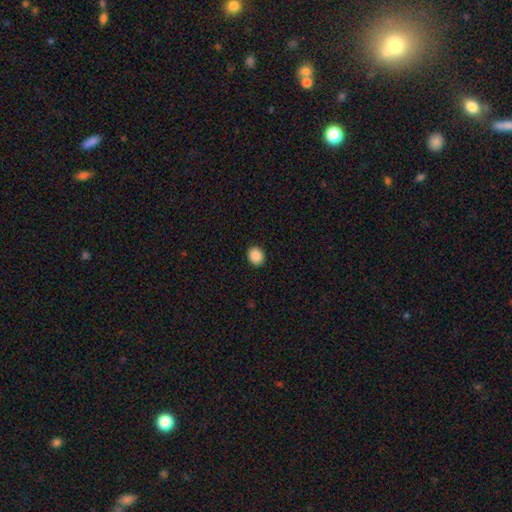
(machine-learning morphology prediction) Smooth or featured? Predicted: smooth (p=0.88). How rounded? Predicted: round (p=0.70). Merging? Predicted: none (p=0.92).